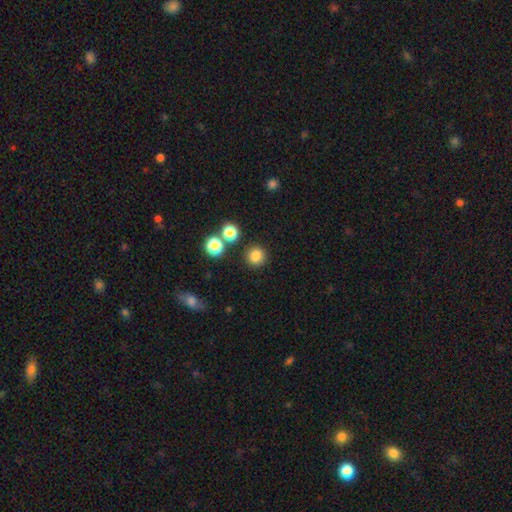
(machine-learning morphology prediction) The model was most divided on "smooth or featured": smooth: 82%, star or artifact: 14%, featured or disk: 5%. More confident: how rounded — round (92%); merging — none (87%).